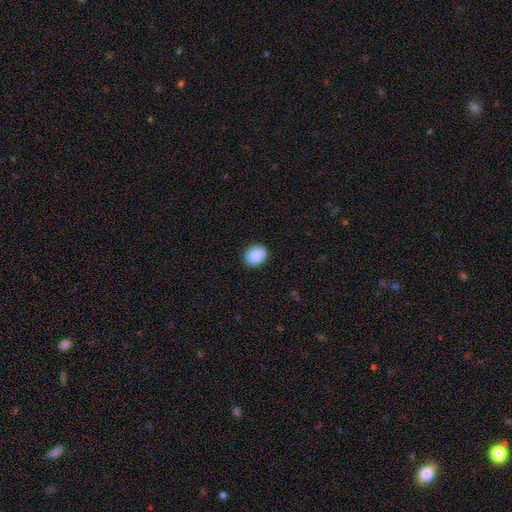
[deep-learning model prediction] Smooth or featured: smooth — 90% (star or artifact — 7%)
How rounded: in between — 60% (round — 39%)
Merging: none — 88% (minor disturbance — 9%)